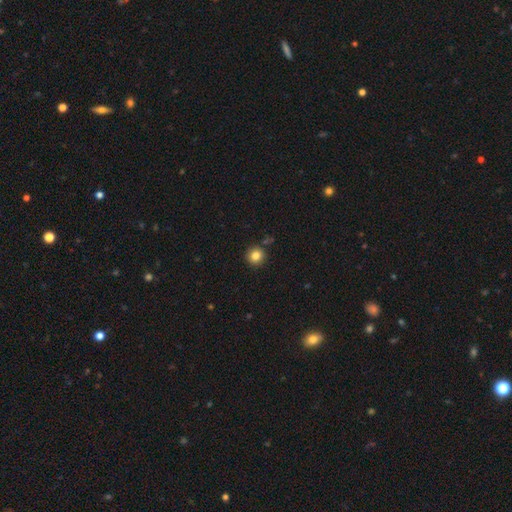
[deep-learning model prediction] Morphology: type=smooth (83%); roundness=round (94%); merging=none (89%).